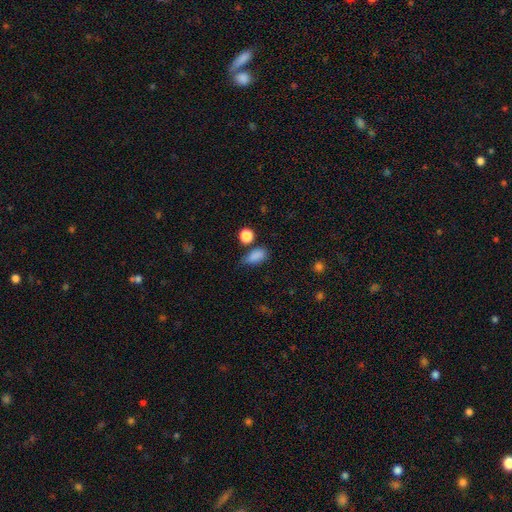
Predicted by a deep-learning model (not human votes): The model was most divided on "merging": none: 57%, minor disturbance: 29%, major disturbance: 8%, merger: 7%. More confident: smooth or featured — smooth (85%); how rounded — in between (83%).